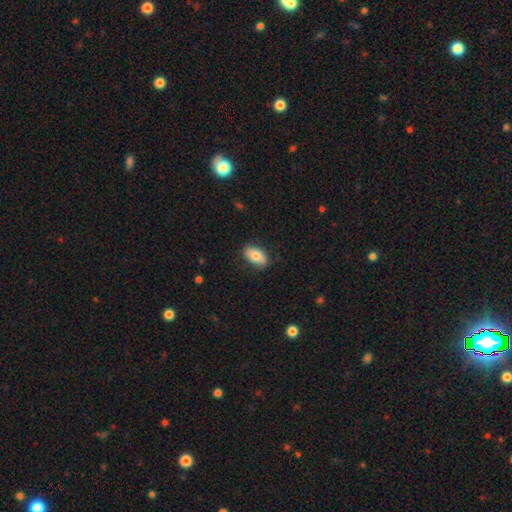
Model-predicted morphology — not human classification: Smooth or featured: smooth — 78% (featured or disk — 15%)
How rounded: in between — 92% (round — 5%)
Merging: none — 82% (minor disturbance — 14%)